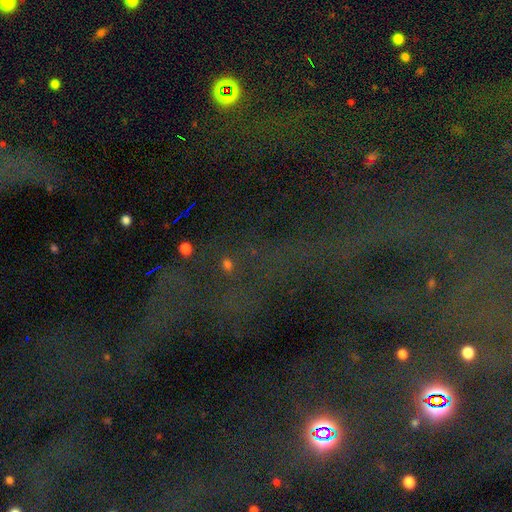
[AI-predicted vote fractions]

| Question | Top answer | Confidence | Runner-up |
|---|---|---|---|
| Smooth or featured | star or artifact | 74% | featured or disk (13%) |